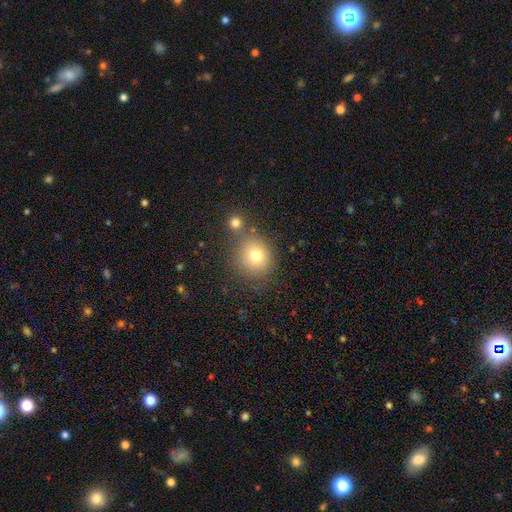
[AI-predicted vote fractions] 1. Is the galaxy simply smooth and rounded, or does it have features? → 76% smooth, 13% star or artifact, 11% featured or disk.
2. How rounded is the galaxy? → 83% round, 16% in between, 1% cigar-shaped.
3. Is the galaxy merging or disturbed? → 68% none, 15% merger, 12% minor disturbance, 5% major disturbance.